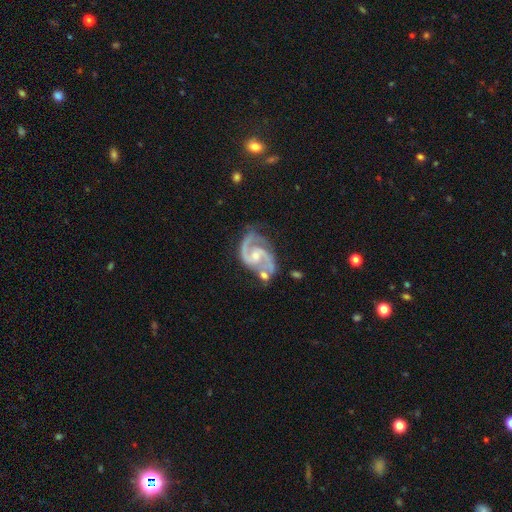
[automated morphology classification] Smooth or featured? Predicted: featured or disk (p=0.93). Edge-on disk? Predicted: no (p=0.98). Bar? Predicted: no (p=0.46). Spiral arms? Predicted: yes (p=0.98). Spiral winding? Predicted: medium (p=0.62). Spiral arm count? Predicted: 2 (p=0.92). Bulge size? Predicted: small (p=0.53). Merging? Predicted: none (p=0.54).